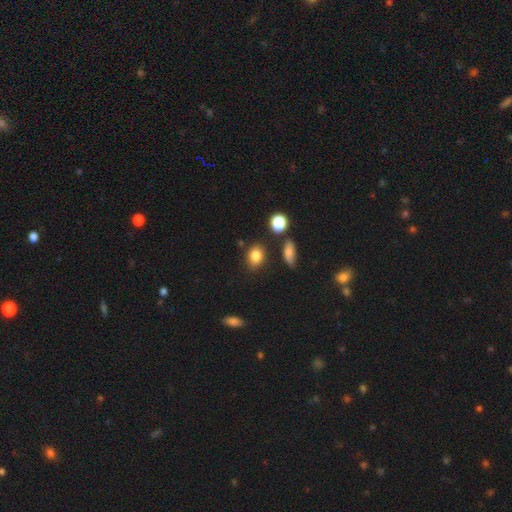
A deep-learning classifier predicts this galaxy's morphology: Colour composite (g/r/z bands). It shows a smooth galaxy with no disk features (83%) that is in between round and cigar-shaped (59%). Merging: none (80%).